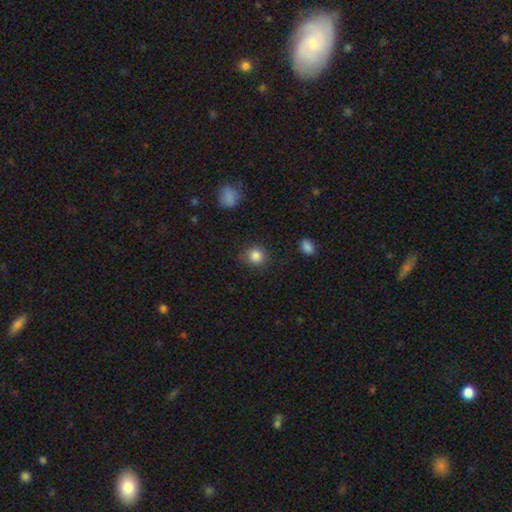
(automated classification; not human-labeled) smooth-or-featured: smooth: 86% | star or artifact: 10% | featured or disk: 4%
  how-rounded: round: 87% | in between: 12% | cigar-shaped: 1%
  merging: none: 84% | minor disturbance: 11% | major disturbance: 3% | merger: 2%